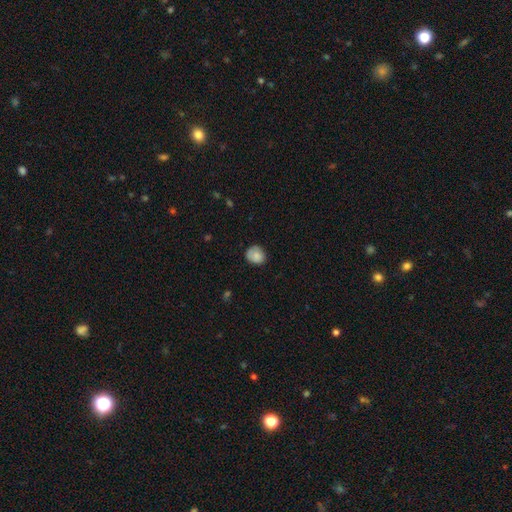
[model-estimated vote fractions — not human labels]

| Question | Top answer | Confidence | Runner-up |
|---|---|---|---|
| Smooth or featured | smooth | 81% | featured or disk (11%) |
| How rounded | round | 65% | in between (34%) |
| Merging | none | 72% | minor disturbance (22%) |